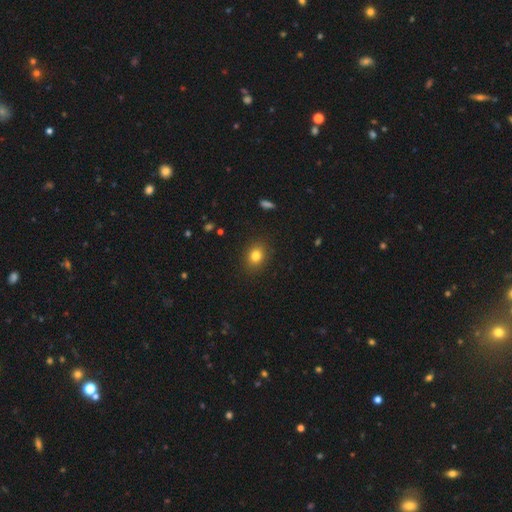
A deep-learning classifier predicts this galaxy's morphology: Q: Smooth or featured?
A: smooth (82%); runner-up: star or artifact (11%)
Q: How rounded?
A: round (59%); runner-up: in between (40%)
Q: Merging?
A: none (89%); runner-up: minor disturbance (8%)